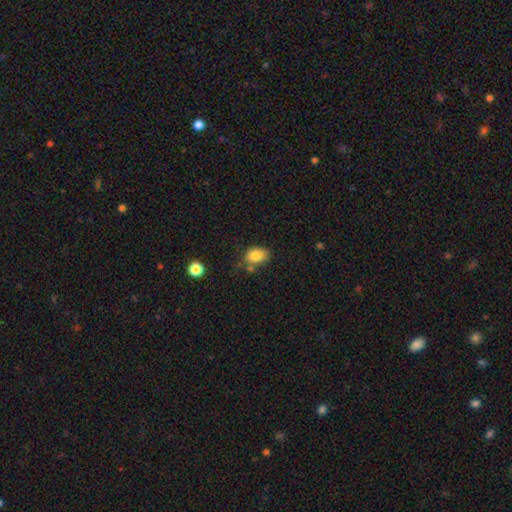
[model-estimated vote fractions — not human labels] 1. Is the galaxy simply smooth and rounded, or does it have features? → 82% smooth, 10% star or artifact, 8% featured or disk.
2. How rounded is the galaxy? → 73% in between, 26% round, 1% cigar-shaped.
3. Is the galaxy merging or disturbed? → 65% none, 21% minor disturbance, 9% merger, 5% major disturbance.